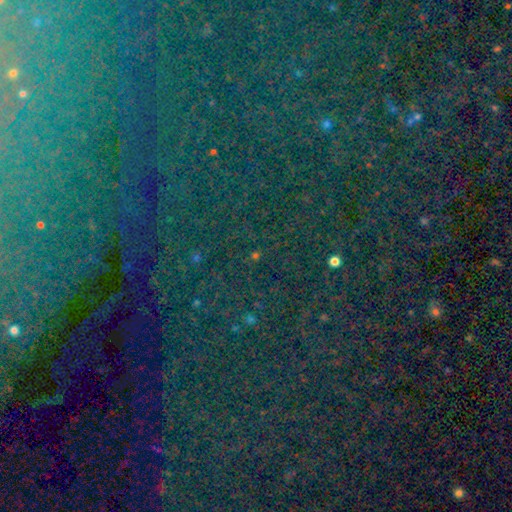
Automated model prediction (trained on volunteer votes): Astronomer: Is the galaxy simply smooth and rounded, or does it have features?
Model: star or artifact — 78%.